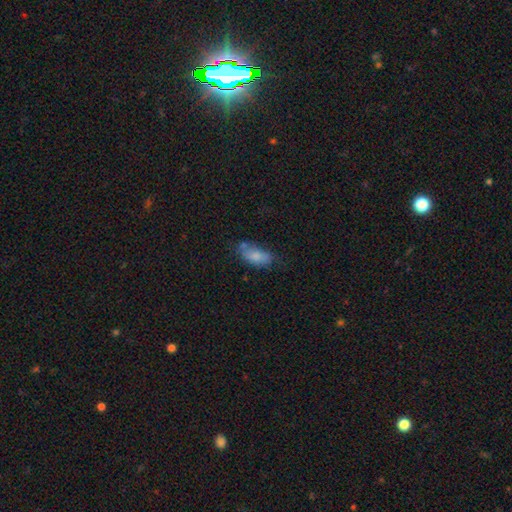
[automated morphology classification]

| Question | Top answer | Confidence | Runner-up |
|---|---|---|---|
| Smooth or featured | smooth | 78% | featured or disk (14%) |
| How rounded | in between | 85% | cigar-shaped (12%) |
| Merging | none | 52% | minor disturbance (27%) |